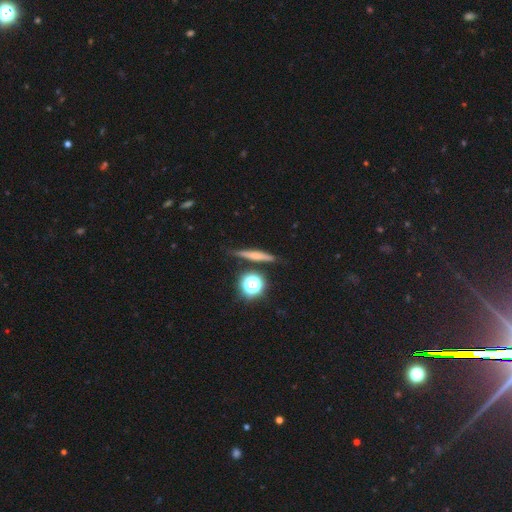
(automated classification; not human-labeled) smooth 51%, featured or disk 36%, star or artifact 13%. Down the decision tree: how rounded — cigar-shaped (76%); merging — none (82%).